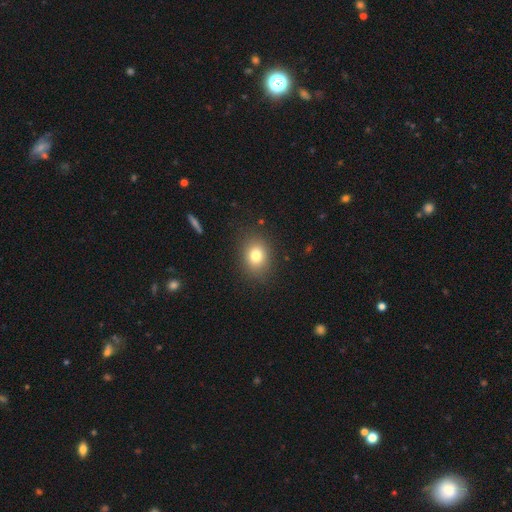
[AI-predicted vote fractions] Smooth or featured? Predicted: smooth (p=0.79). How rounded? Predicted: in between (p=0.51). Merging? Predicted: none (p=0.86).